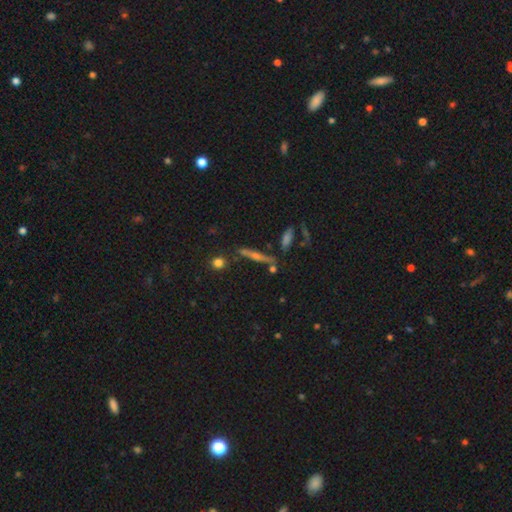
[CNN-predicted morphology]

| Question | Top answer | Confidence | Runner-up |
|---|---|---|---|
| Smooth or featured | featured or disk | 61% | smooth (25%) |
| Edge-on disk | yes | 94% | no (6%) |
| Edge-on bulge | rounded | 82% | none (12%) |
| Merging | none | 77% | minor disturbance (11%) |